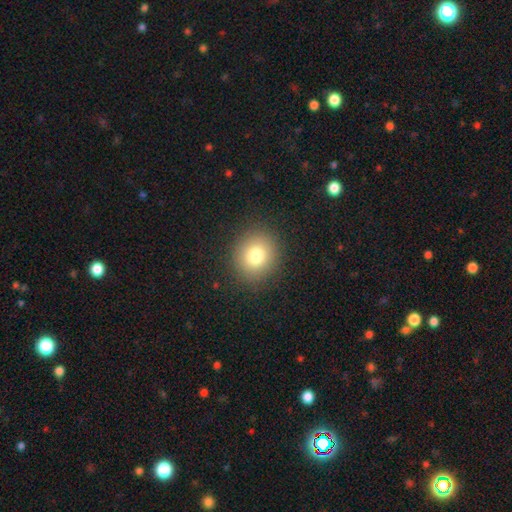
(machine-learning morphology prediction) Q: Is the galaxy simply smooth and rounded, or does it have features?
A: smooth — 78%.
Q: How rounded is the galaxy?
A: round — 82%.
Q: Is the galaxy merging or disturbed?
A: none — 89%.